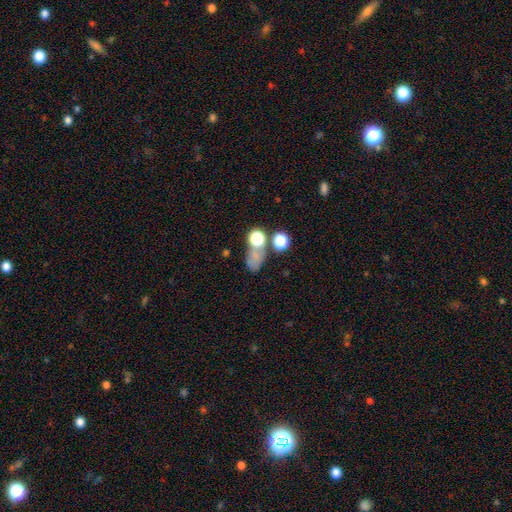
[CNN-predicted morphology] Smooth or featured? smooth (61%)
How rounded? in between (58%)
Merging? none (37%)